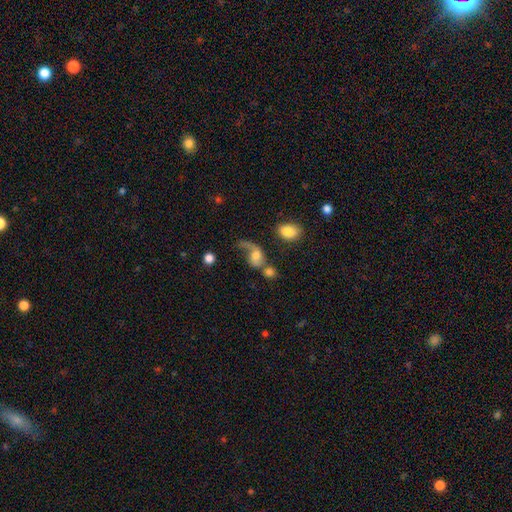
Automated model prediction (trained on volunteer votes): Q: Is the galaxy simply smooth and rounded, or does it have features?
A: smooth — 49%.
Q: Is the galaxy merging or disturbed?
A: major disturbance — 40%.